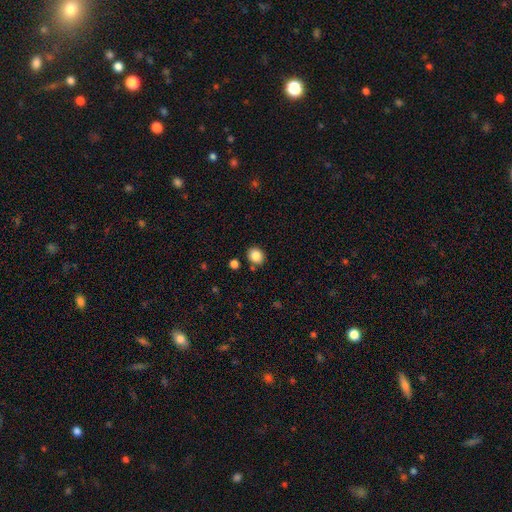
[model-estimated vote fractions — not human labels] This is clearly a smooth galaxy (85%). How rounded: likely round (74%). Merging: clearly none (84%).